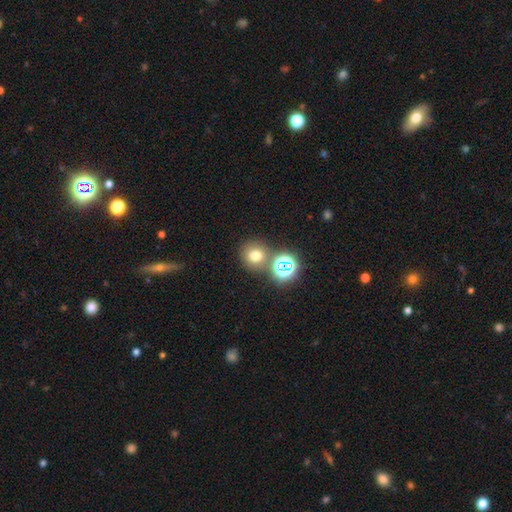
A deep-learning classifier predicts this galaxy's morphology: Smooth or featured? Predicted: smooth (p=0.68). How rounded? Predicted: round (p=0.89). Merging? Predicted: none (p=0.70).